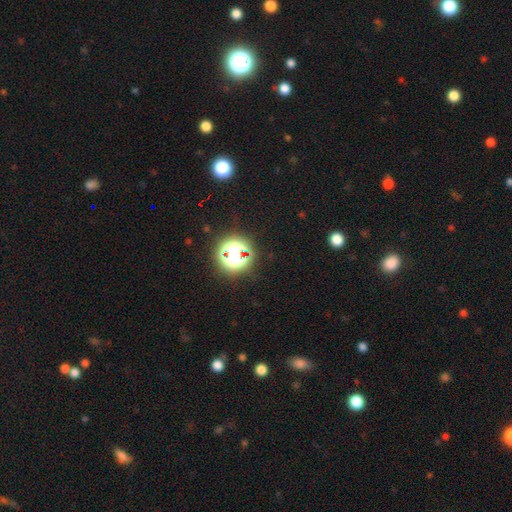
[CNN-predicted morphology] Smooth or featured? Predicted: star or artifact (p=0.78).